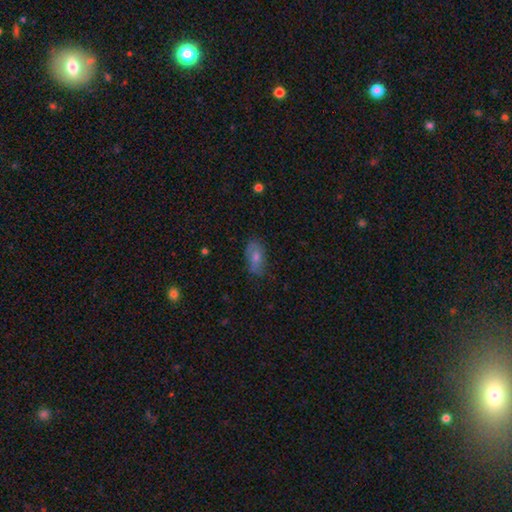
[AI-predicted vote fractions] A smooth galaxy with no disk features (57%) that is in between round and cigar-shaped (87%). Merging: none (76%).